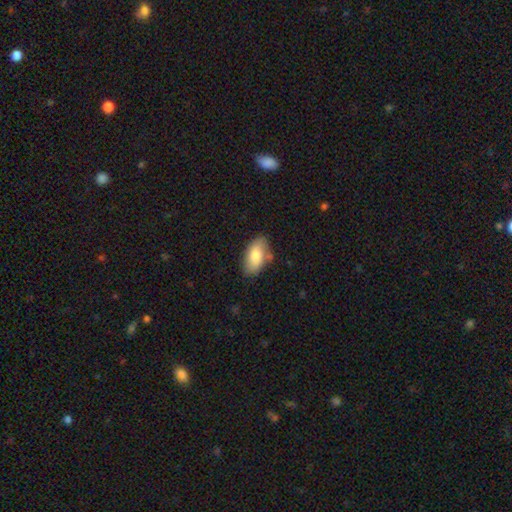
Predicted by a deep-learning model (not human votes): Smooth or featured?
  - smooth: 78% *
  - featured or disk: 16%
  - star or artifact: 6%
How rounded?
  - in between: 93% *
  - round: 4%
  - cigar-shaped: 3%
Merging?
  - none: 74% *
  - minor disturbance: 18%
  - merger: 5%
  - major disturbance: 3%